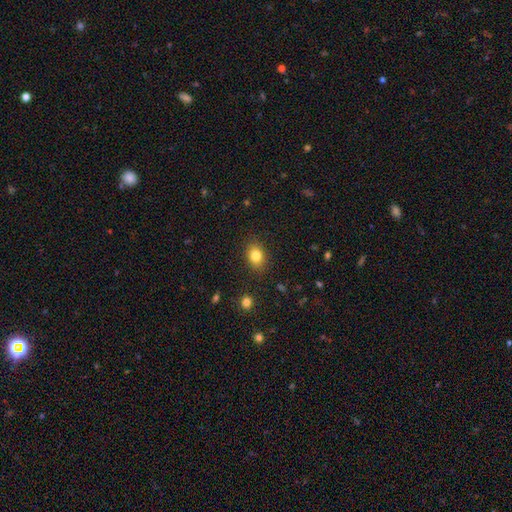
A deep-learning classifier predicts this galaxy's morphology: Q: Smooth or featured?
A: smooth (82%); runner-up: star or artifact (10%)
Q: How rounded?
A: in between (63%); runner-up: round (36%)
Q: Merging?
A: none (86%); runner-up: minor disturbance (10%)